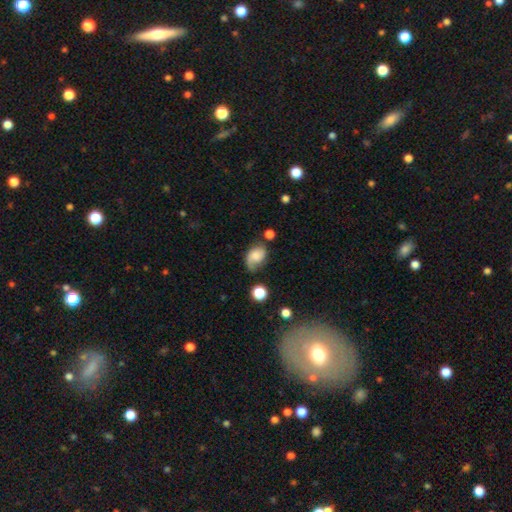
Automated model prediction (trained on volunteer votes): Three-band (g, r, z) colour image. It shows a smooth galaxy with no disk features (56%) that is in between round and cigar-shaped (78%). Merging: none (45%).